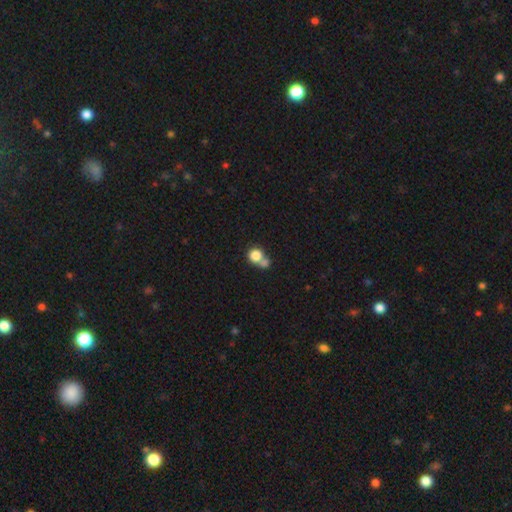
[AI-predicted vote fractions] This appears to be a smooth galaxy with no disk features (81%) that is round (84%). Merging: merger (49%).